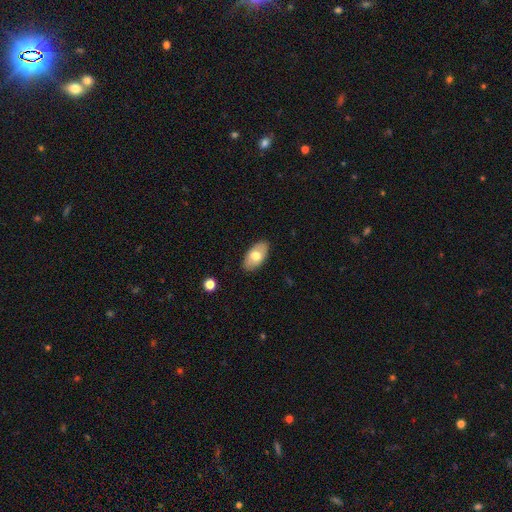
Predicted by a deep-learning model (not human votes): A smooth galaxy with no disk features (70%) that is in between round and cigar-shaped (94%).

Vote fractions:
- Smooth or featured? smooth: 70% / featured or disk: 24% / star or artifact: 6%
- How rounded? in between: 94% / round: 4% / cigar-shaped: 2%
- Merging? none: 87% / minor disturbance: 10% / major disturbance: 2% / merger: 1%